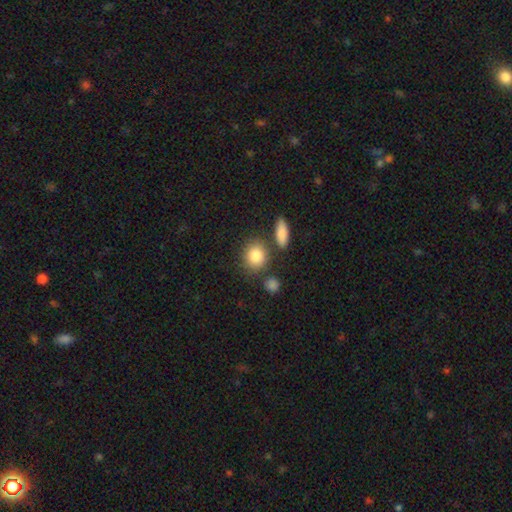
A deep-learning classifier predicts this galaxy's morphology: A smooth galaxy with no disk features (85%) that is round (65%).

Vote fractions:
- Smooth or featured? smooth: 85% / star or artifact: 8% / featured or disk: 7%
- How rounded? round: 65% / in between: 33% / cigar-shaped: 2%
- Merging? none: 72% / minor disturbance: 12% / merger: 12% / major disturbance: 4%